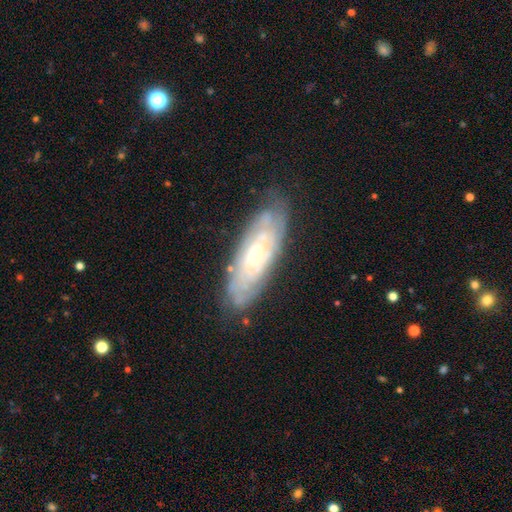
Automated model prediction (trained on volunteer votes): smooth-or-featured: featured or disk: 74% | smooth: 19% | star or artifact: 6%
  disk-edge-on: no: 82% | yes: 18%
    bar: no: 71% | weak: 23% | strong: 5%
    has-spiral-arms: yes: 83% | no: 17%
      spiral-winding: tight: 76% | medium: 19% | loose: 5%
      spiral-arm-count: can't tell: 67% | 2: 12% | 3: 7% | 4: 6% | more than 4: 5% | 1: 3%
    bulge-size: small: 63% | moderate: 32% | large: 2% | none: 2% | dominant: 1%
  merging: none: 76% | minor disturbance: 17% | major disturbance: 5% | merger: 2%